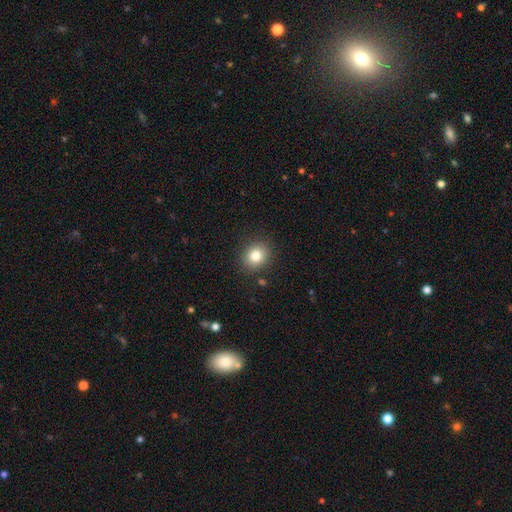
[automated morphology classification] A smooth galaxy with no disk features (82%) that is round (66%). Merging: none (86%).